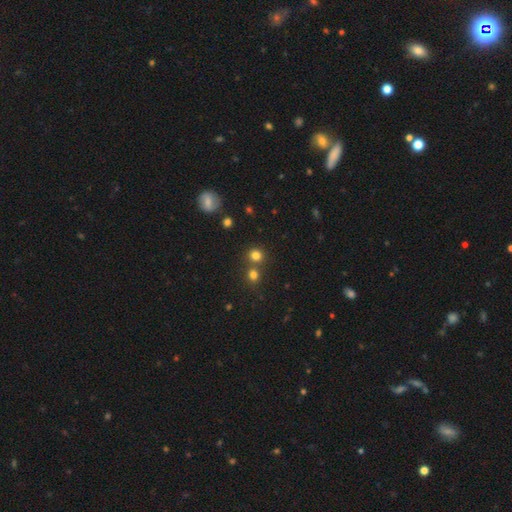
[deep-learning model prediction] smooth 77%, star or artifact 16%, featured or disk 6%. Down the decision tree: how rounded — round (88%); merging — none (67%).